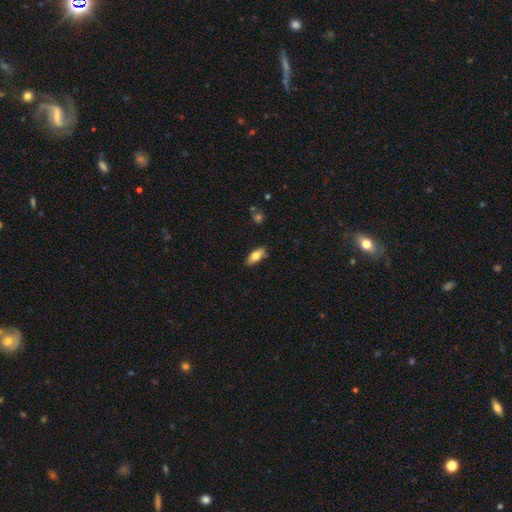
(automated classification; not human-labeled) Smooth or featured? Predicted: smooth (p=0.71). How rounded? Predicted: in between (p=0.75). Merging? Predicted: none (p=0.86).